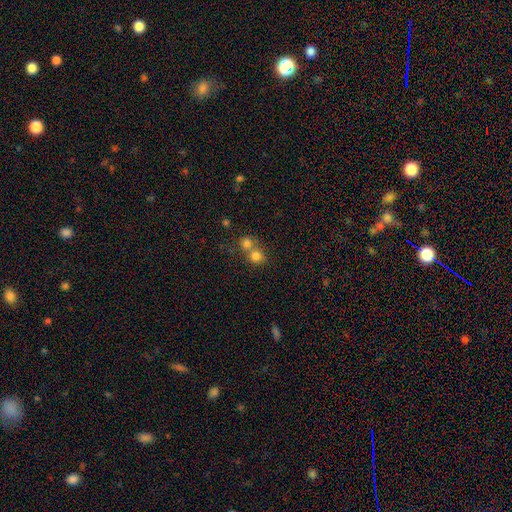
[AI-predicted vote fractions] A smooth galaxy with no disk features (78%) that is round (85%). Merging: merger (47%).